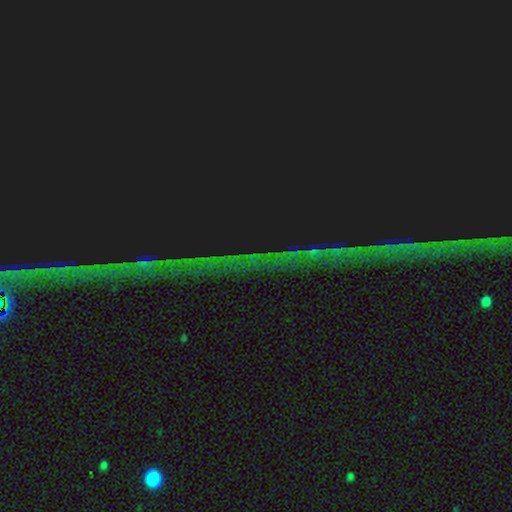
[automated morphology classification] This is clearly a star or artifact rather than a galaxy (82%).